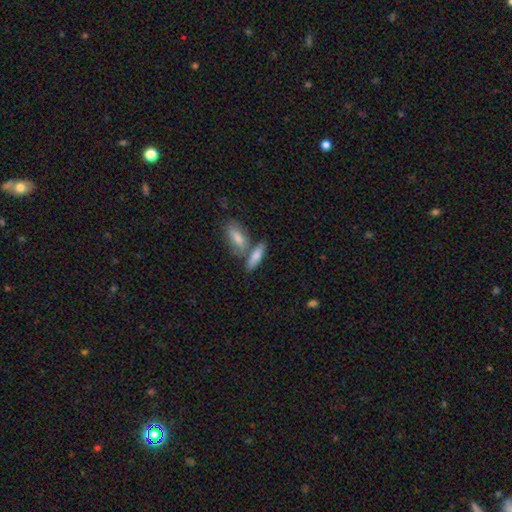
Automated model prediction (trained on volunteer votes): Morphology: type=smooth (77%); roundness=in between (53%); merging=none (51%).